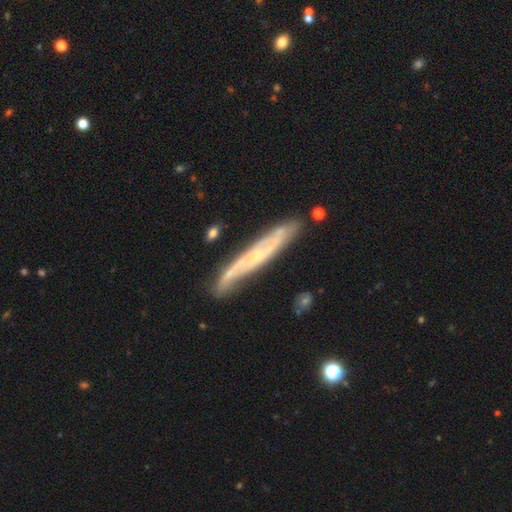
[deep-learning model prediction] Smooth or featured? featured or disk (76%)
Edge-on disk? yes (57%)
Merging? none (77%)